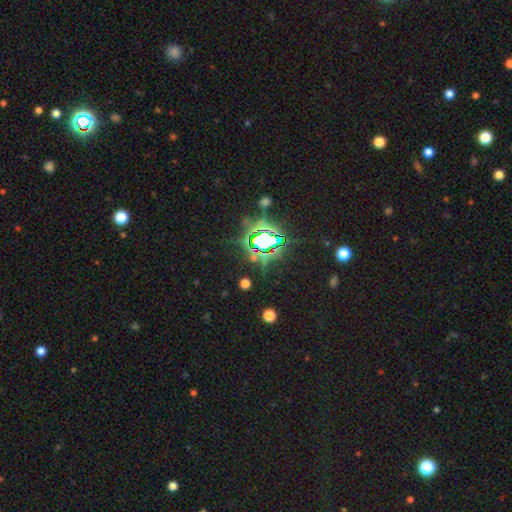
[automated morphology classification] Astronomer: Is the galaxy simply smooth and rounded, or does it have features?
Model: star or artifact — 80%.